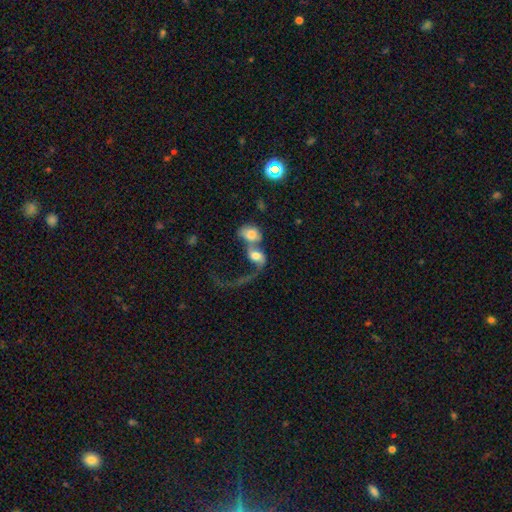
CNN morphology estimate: smooth-or-featured: featured or disk: 45% (tied) | smooth: 45% (tied) | star or artifact: 9%
  merging: merger: 78% | major disturbance: 12% | none: 7% | minor disturbance: 3%